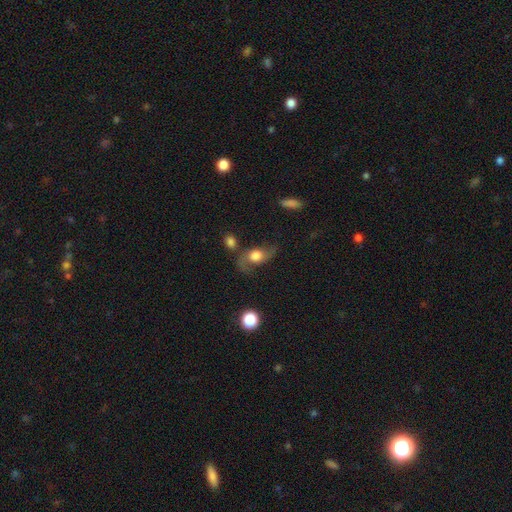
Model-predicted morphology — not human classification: Smooth or featured?
  - featured or disk: 55% *
  - smooth: 37%
  - star or artifact: 9%
Edge-on disk?
  - no: 88% *
  - yes: 12%
Merging?
  - none: 50% *
  - minor disturbance: 22%
  - major disturbance: 20%
  - merger: 8%